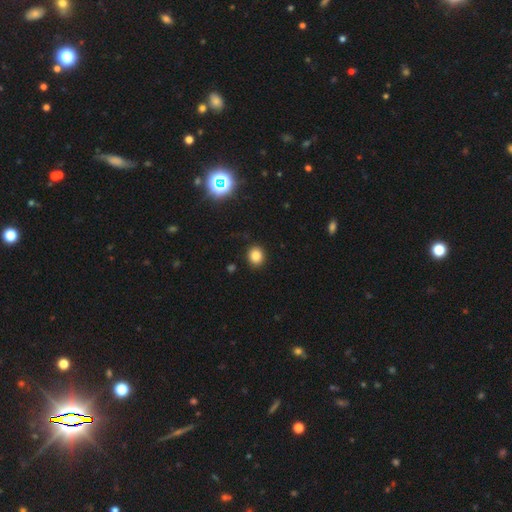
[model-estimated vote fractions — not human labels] Smooth or featured: smooth — 84% (star or artifact — 12%)
How rounded: round — 73% (in between — 26%)
Merging: none — 90% (minor disturbance — 7%)